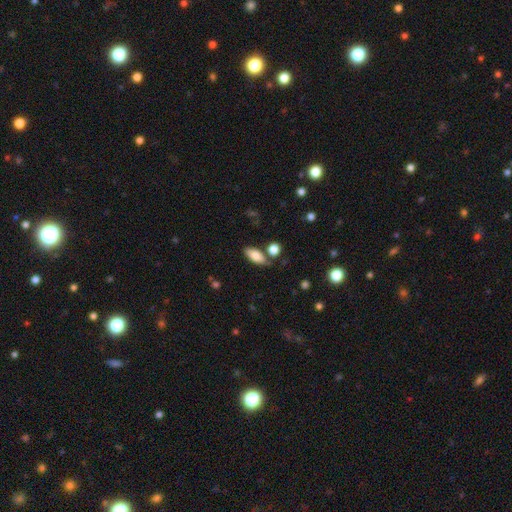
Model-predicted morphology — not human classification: A smooth galaxy with no disk features (82%) that is in between round and cigar-shaped (85%).

Vote fractions:
- Smooth or featured? smooth: 82% / featured or disk: 10% / star or artifact: 7%
- How rounded? in between: 85% / cigar-shaped: 12% / round: 3%
- Merging? none: 70% / minor disturbance: 15% / merger: 11% / major disturbance: 4%